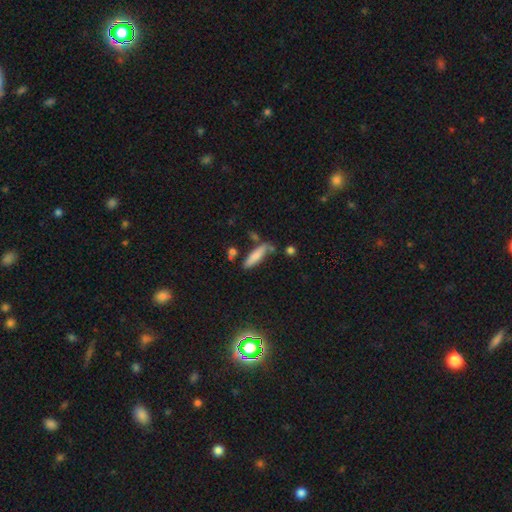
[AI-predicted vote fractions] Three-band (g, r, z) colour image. It shows a smooth galaxy with no disk features (75%) that is cigar-shaped (75%). Merging: none (65%).